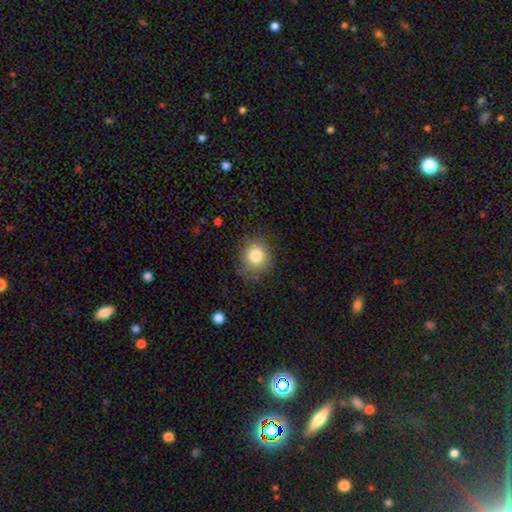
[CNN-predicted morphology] The model was most divided on "merging": none: 75%, minor disturbance: 18%, major disturbance: 5%, merger: 1%. More confident: smooth or featured — smooth (83%); how rounded — round (82%).